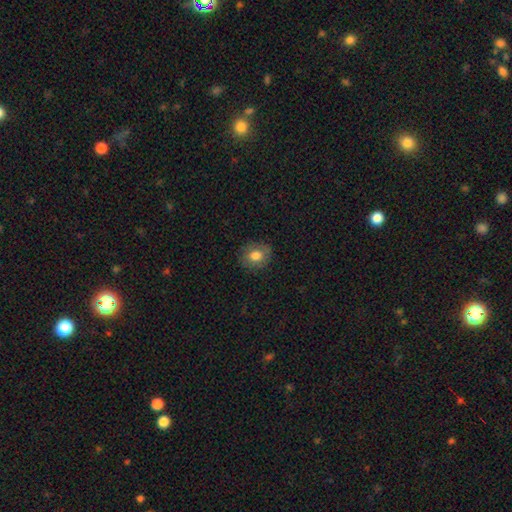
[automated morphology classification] Smooth or featured? Predicted: smooth (p=0.77). How rounded? Predicted: round (p=0.67). Merging? Predicted: none (p=0.84).